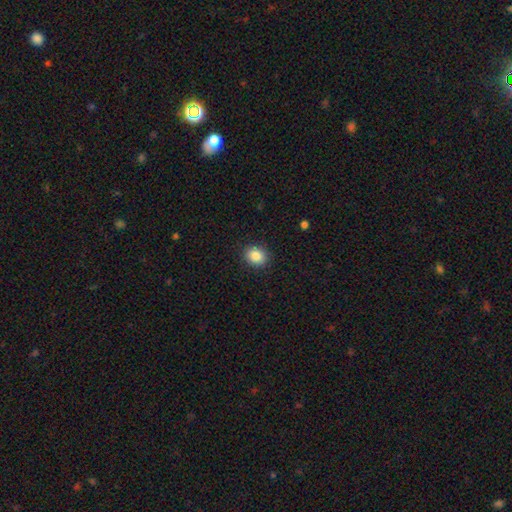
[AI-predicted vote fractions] Smooth or featured? Predicted: smooth (p=0.87). How rounded? Predicted: round (p=0.57). Merging? Predicted: none (p=0.89).